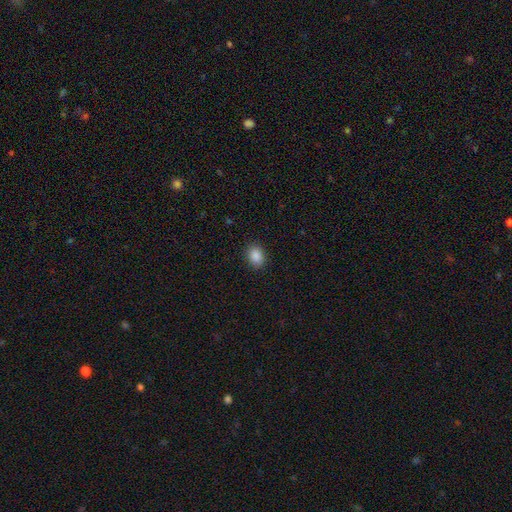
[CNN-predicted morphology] Smooth or featured? smooth (88%)
How rounded? in between (67%)
Merging? none (89%)